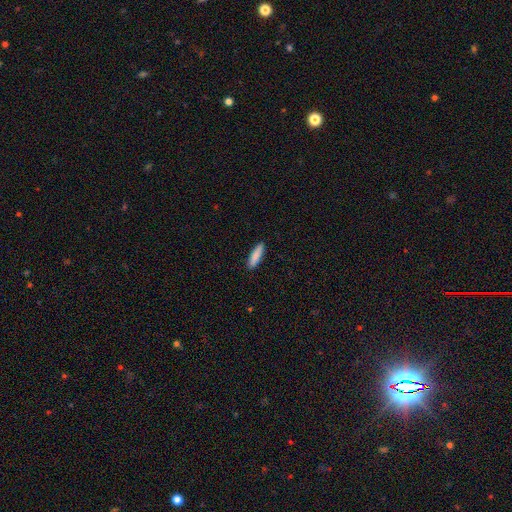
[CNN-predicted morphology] Smooth or featured?
  - smooth: 87% *
  - featured or disk: 7%
  - star or artifact: 6%
How rounded?
  - cigar-shaped: 75% *
  - in between: 24%
  - round: 1%
Merging?
  - none: 91% *
  - minor disturbance: 7%
  - major disturbance: 2%
  - merger: 1%